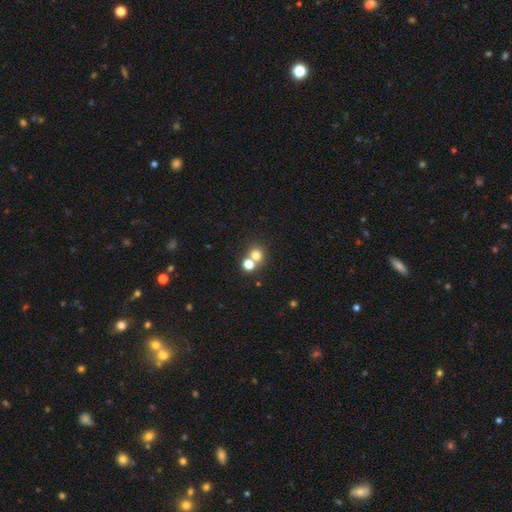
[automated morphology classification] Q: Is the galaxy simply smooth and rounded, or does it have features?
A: smooth — 73%.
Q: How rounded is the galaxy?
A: round — 85%.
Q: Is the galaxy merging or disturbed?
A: none — 49%.